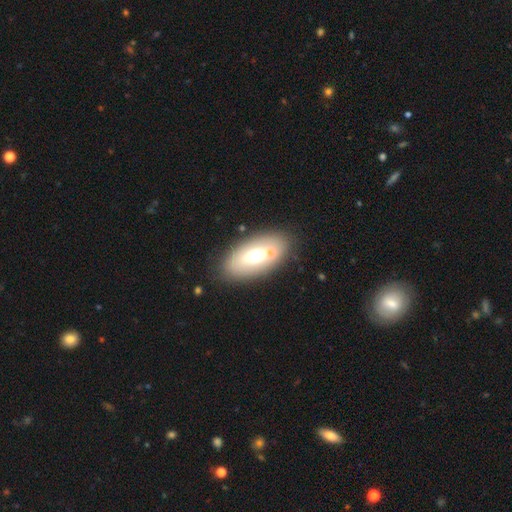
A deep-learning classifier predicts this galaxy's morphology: This is possibly a smooth galaxy (57%). How rounded: clearly in between (89%). Merging: likely none (68%).